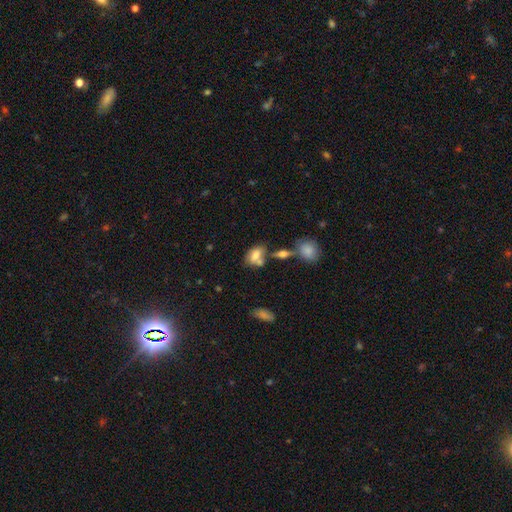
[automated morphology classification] Smooth or featured: smooth — 74% (featured or disk — 17%)
How rounded: in between — 84% (round — 13%)
Merging: none — 44% (merger — 32%)